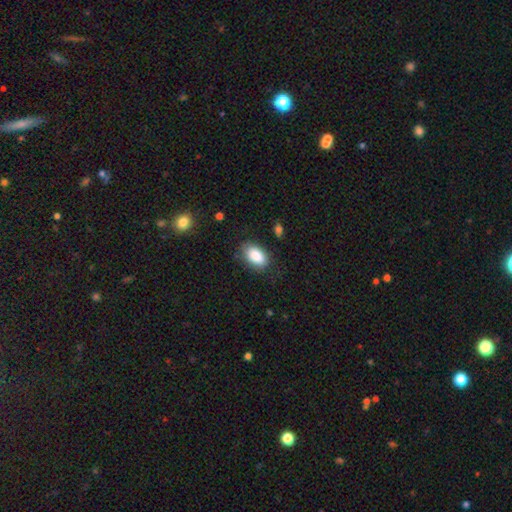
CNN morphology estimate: A smooth galaxy with no disk features (85%) that is in between round and cigar-shaped (91%). Merging: none (77%).